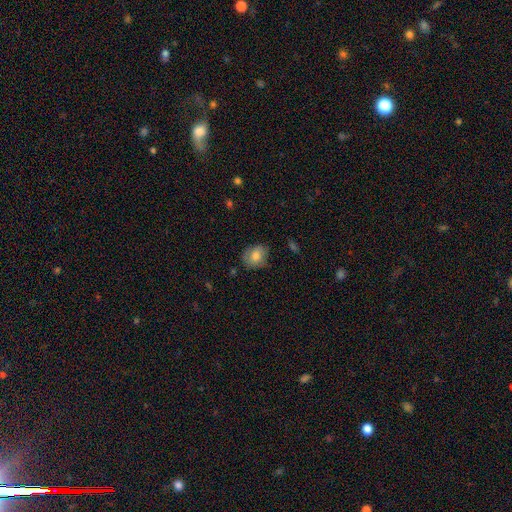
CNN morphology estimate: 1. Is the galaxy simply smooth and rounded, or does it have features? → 77% smooth, 14% featured or disk, 8% star or artifact.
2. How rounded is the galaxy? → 52% round, 47% in between, 1% cigar-shaped.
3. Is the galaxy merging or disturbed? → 75% none, 19% minor disturbance, 4% major disturbance, 1% merger.